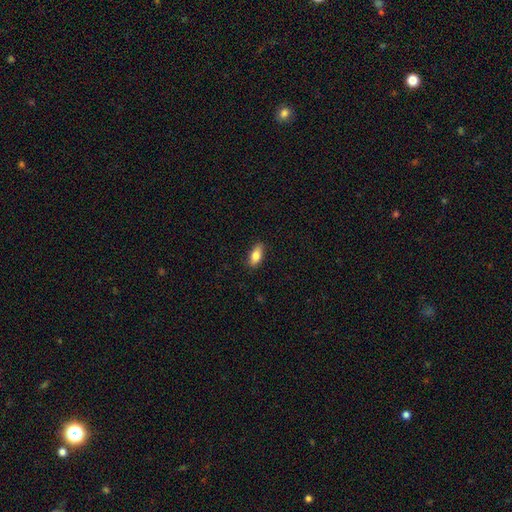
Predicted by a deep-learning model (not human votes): The model was most divided on "smooth or featured": smooth: 80%, featured or disk: 13%, star or artifact: 7%. More confident: merging — none (86%); how rounded — in between (83%).